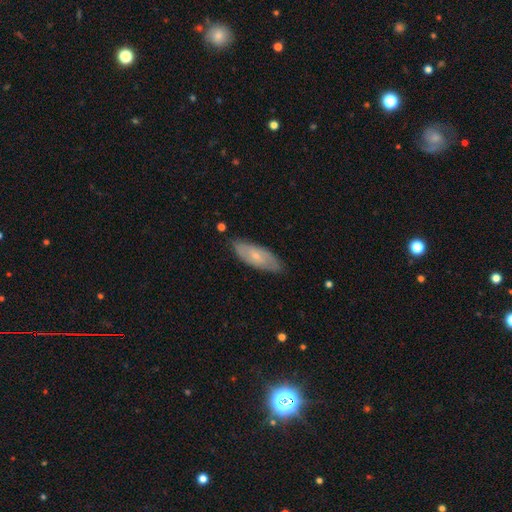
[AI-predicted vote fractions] Smooth or featured?
  - smooth: 49% *
  - featured or disk: 45%
  - star or artifact: 6%
Merging?
  - none: 78% *
  - minor disturbance: 17%
  - major disturbance: 3%
  - merger: 1%